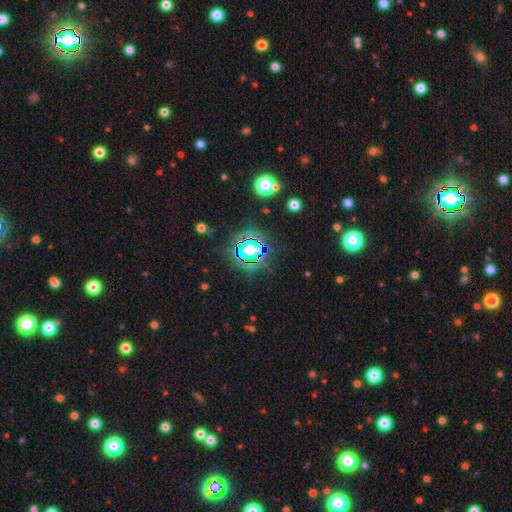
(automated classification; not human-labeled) Morphology: type=star or artifact (67%).